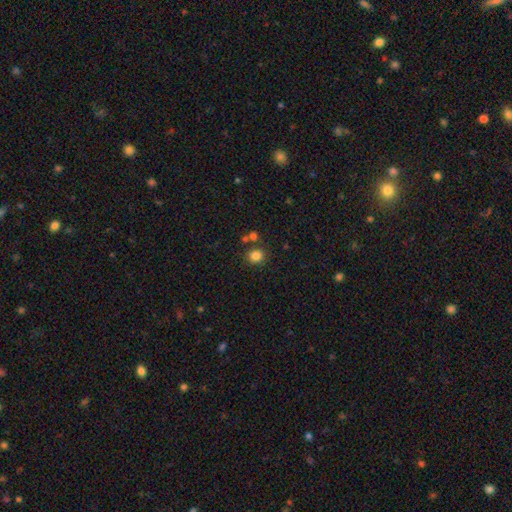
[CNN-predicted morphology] A smooth galaxy with no disk features (82%) that is round (79%).

Vote fractions:
- Smooth or featured? smooth: 82% / star or artifact: 12% / featured or disk: 5%
- How rounded? round: 79% / in between: 20% / cigar-shaped: 1%
- Merging? none: 77% / merger: 10% / minor disturbance: 9% / major disturbance: 3%